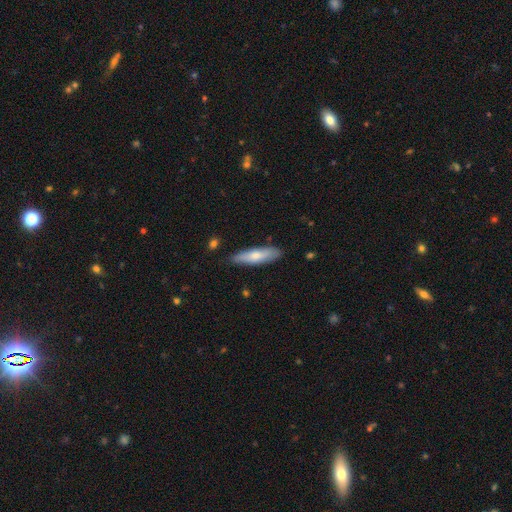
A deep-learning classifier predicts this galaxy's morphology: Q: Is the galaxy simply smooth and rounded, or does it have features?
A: smooth — 69%.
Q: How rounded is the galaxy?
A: cigar-shaped — 65%.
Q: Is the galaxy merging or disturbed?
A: none — 83%.